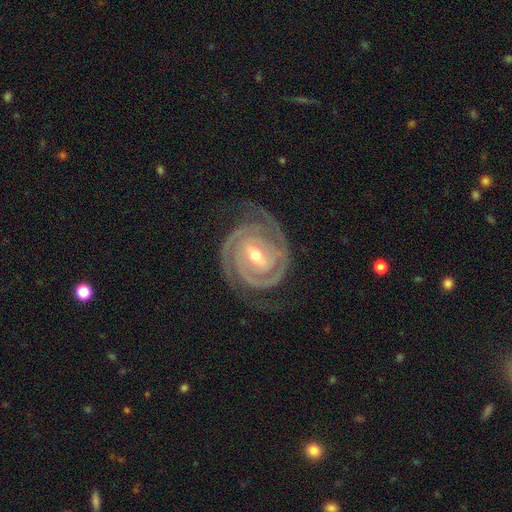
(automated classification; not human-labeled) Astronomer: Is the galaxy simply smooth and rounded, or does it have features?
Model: featured or disk — 93%.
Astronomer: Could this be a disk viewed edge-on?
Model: no — 97%.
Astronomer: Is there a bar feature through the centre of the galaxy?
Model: weak — 43% (runner-up: strong, 39%).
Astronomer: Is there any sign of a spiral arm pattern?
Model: yes — 98%.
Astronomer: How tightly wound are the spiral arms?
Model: tight — 79%.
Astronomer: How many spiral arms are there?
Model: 2 — 77%.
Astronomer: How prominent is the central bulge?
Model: moderate — 64%.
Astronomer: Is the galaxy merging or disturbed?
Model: none — 76%.